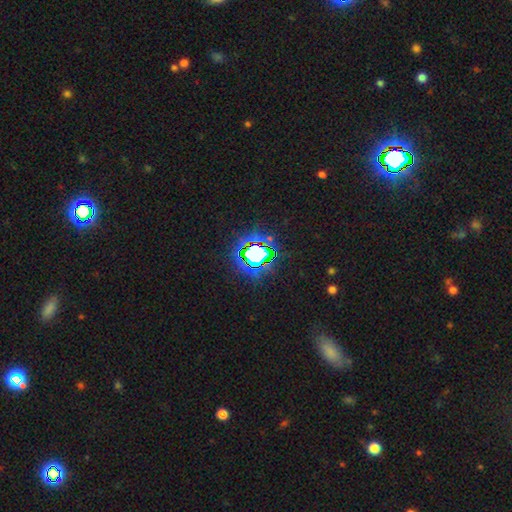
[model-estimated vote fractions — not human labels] Morphology: type=star or artifact (72%).